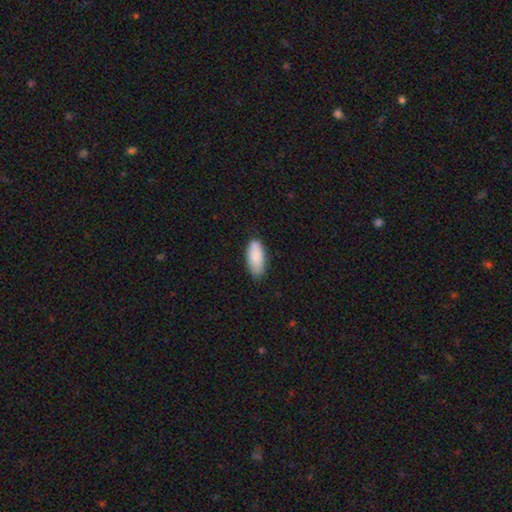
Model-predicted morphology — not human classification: This appears to be a smooth galaxy with no disk features (86%) that is in between round and cigar-shaped (87%). Merging: none (74%).